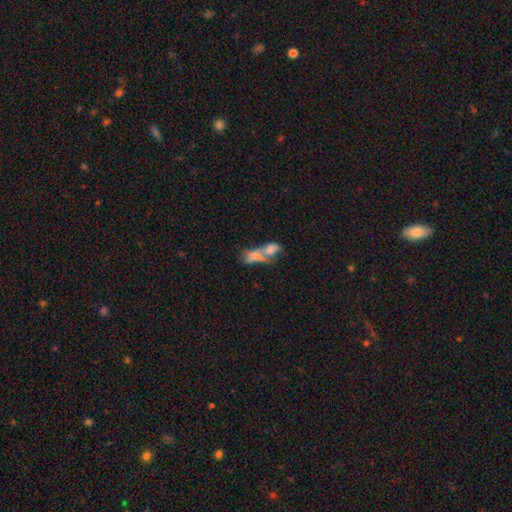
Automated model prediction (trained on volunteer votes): smooth 57%, featured or disk 30%, star or artifact 13%. Down the decision tree: how rounded — in between (71%); merging — merger (70%).